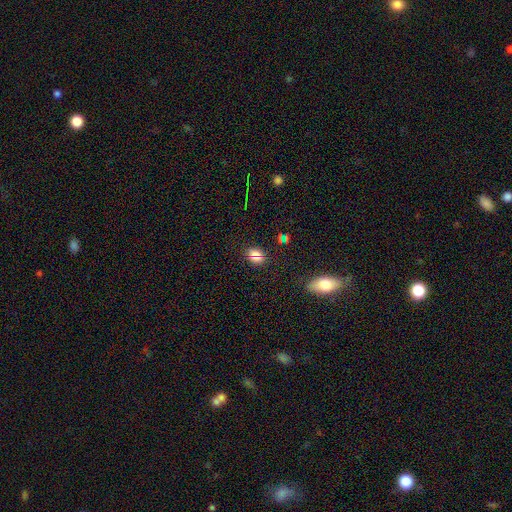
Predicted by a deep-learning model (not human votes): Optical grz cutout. It shows a smooth galaxy with no disk features (62%) that is round (49%). Merging: none (83%).